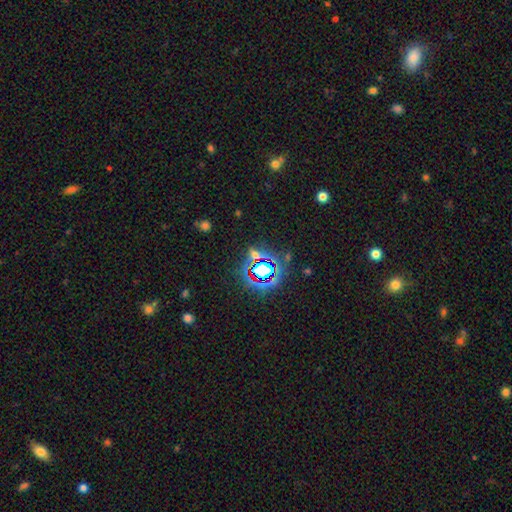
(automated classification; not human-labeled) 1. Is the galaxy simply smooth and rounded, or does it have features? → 71% star or artifact, 19% smooth, 10% featured or disk.